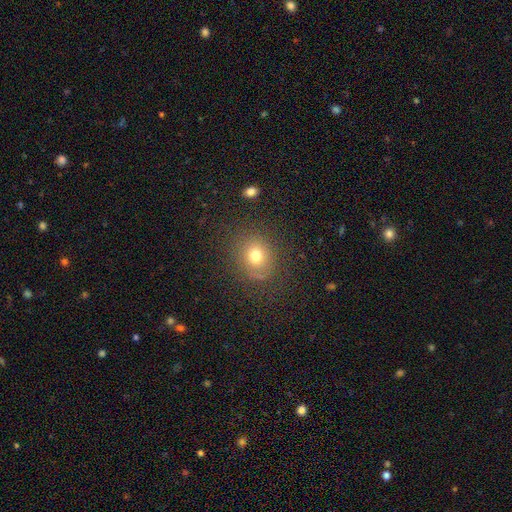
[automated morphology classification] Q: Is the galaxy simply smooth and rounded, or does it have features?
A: smooth — 71%.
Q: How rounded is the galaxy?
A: round — 76%.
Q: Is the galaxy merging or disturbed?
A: none — 79%.